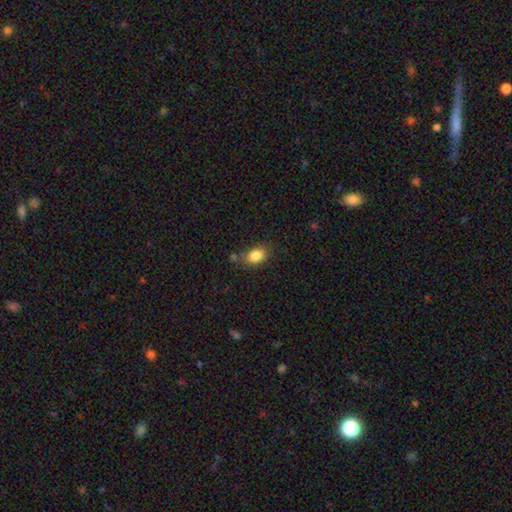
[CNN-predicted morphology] Q: Smooth or featured?
A: smooth (85%); runner-up: star or artifact (8%)
Q: How rounded?
A: in between (80%); runner-up: round (18%)
Q: Merging?
A: none (70%); runner-up: minor disturbance (18%)